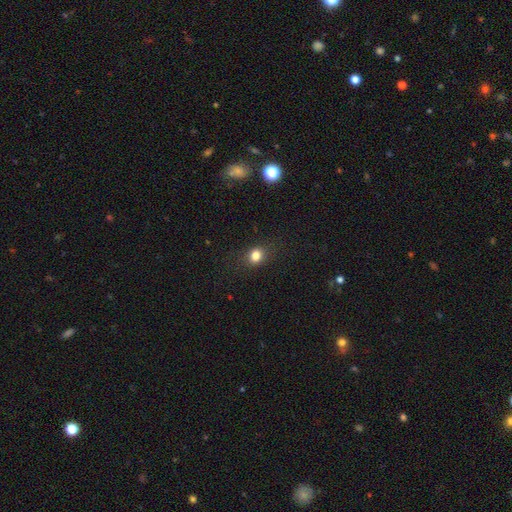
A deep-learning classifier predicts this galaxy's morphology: A smooth galaxy with no disk features (81%) that is round (59%).

Vote fractions:
- Smooth or featured? smooth: 81% / star or artifact: 13% / featured or disk: 6%
- How rounded? round: 59% / in between: 40% / cigar-shaped: 1%
- Merging? none: 83% / minor disturbance: 11% / major disturbance: 4% / merger: 1%